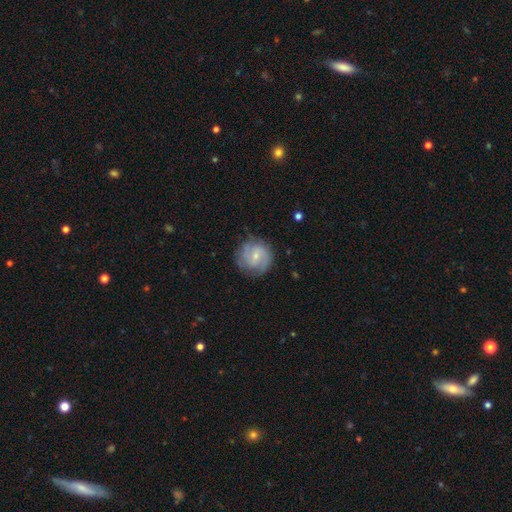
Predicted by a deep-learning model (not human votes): smooth_or_featured: featured or disk (p=0.63) [alt: smooth p=0.31]
disk_edge_on: no (p=0.98) [alt: yes p=0.02]
bar: weak (p=0.54) [alt: no p=0.34]
has_spiral_arms: yes (p=0.87) [alt: no p=0.13]
spiral_winding: medium (p=0.45) [alt: tight p=0.36]
spiral_arm_count: 2 (p=0.66) [alt: can't tell p=0.19]
bulge_size: small (p=0.64) [alt: moderate p=0.30]
merging: none (p=0.76) [alt: minor disturbance p=0.17]